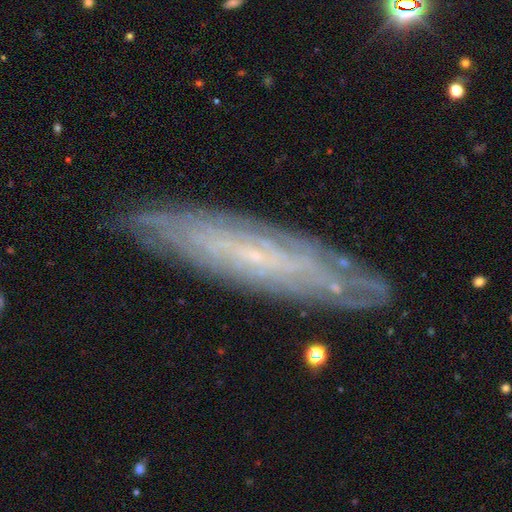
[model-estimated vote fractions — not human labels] The model was most divided on "edge-on disk": no: 55%, yes: 45%. More confident: merging — none (84%); smooth or featured — featured or disk (71%).